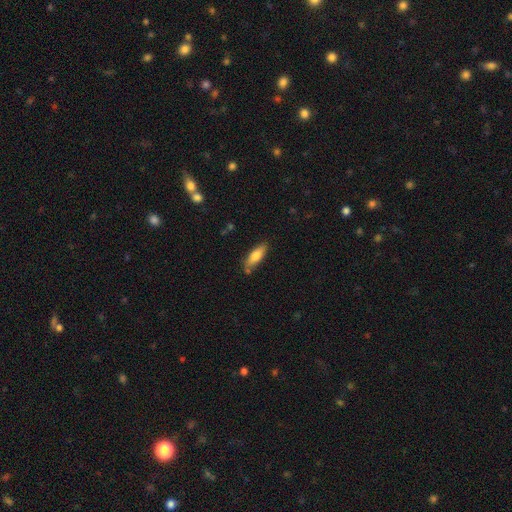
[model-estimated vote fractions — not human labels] Morphology: type=smooth (75%); roundness=in between (57%); merging=none (75%).